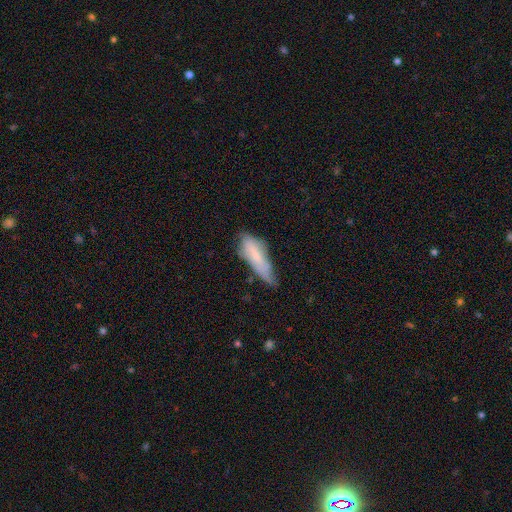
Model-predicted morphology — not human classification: This is likely a smooth galaxy (64%). How rounded: possibly in between (53%). Merging: marginally minor disturbance (45%).